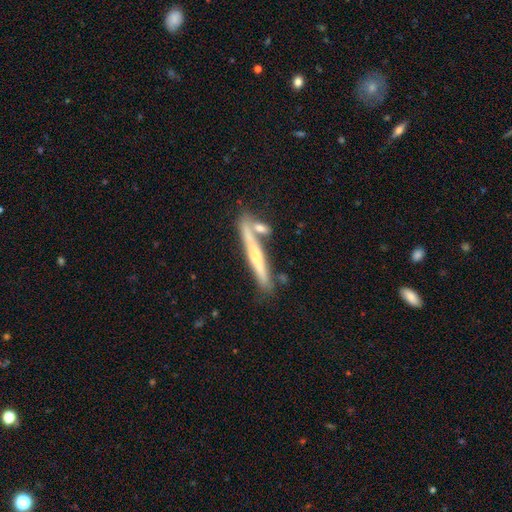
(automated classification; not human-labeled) Q: Smooth or featured?
A: featured or disk (57%); runner-up: smooth (37%)
Q: Edge-on disk?
A: yes (95%); runner-up: no (5%)
Q: Edge-on bulge?
A: rounded (61%); runner-up: none (30%)
Q: Merging?
A: none (68%); runner-up: merger (16%)